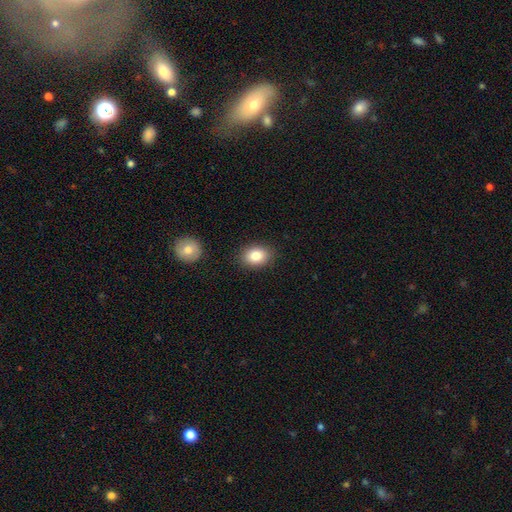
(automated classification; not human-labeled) Smooth or featured: smooth — 84% (star or artifact — 8%)
How rounded: in between — 68% (round — 31%)
Merging: none — 86% (minor disturbance — 10%)